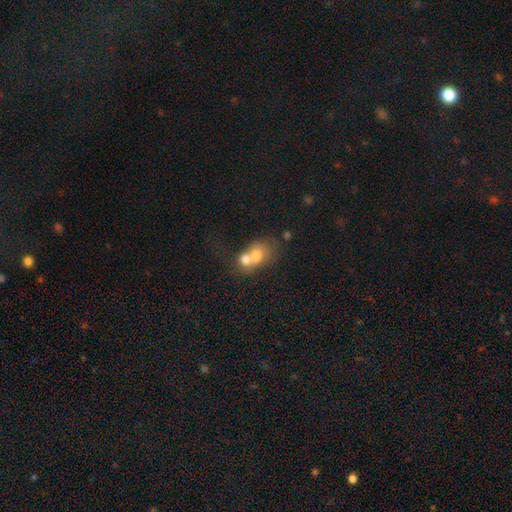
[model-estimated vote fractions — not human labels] Morphology: type=smooth (68%); roundness=round (53%); merging=merger (72%).